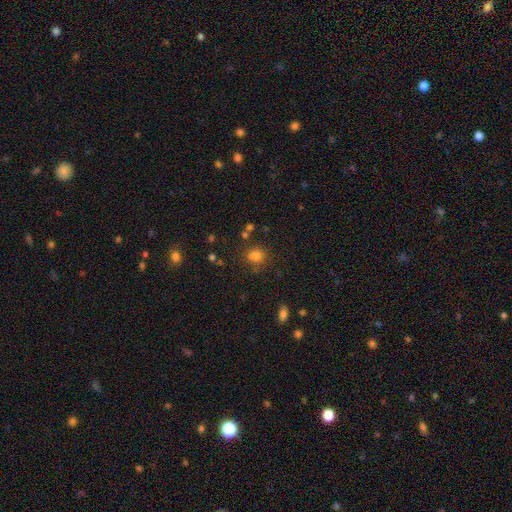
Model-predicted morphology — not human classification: This appears to be a smooth galaxy with no disk features (77%) that is round (74%). Merging: none (72%).